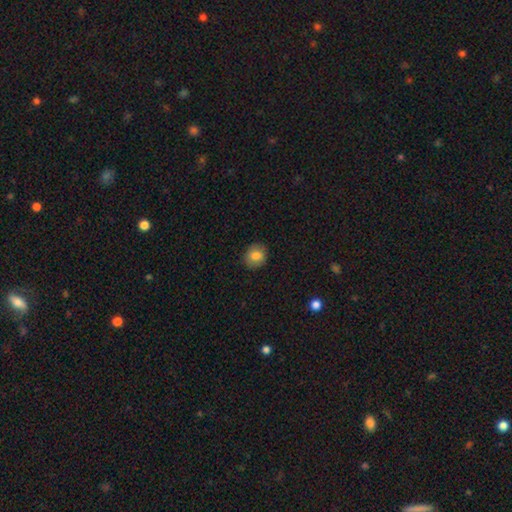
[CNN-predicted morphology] Smooth or featured: smooth — 80% (featured or disk — 11%)
How rounded: round — 75% (in between — 24%)
Merging: none — 87% (minor disturbance — 9%)